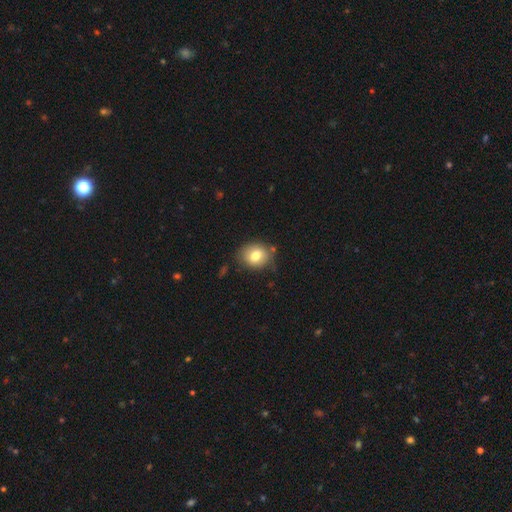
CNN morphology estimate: Smooth or featured?
  - smooth: 77% *
  - featured or disk: 14%
  - star or artifact: 9%
How rounded?
  - round: 55% *
  - in between: 44%
  - cigar-shaped: 1%
Merging?
  - none: 78% *
  - minor disturbance: 16%
  - major disturbance: 4%
  - merger: 3%